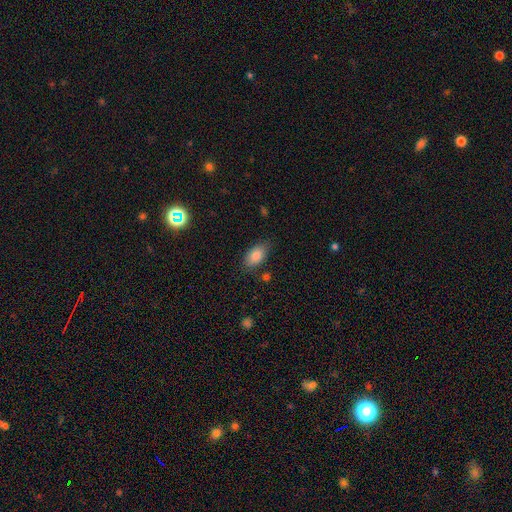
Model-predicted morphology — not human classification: Smooth or featured? Predicted: smooth (p=0.84). How rounded? Predicted: in between (p=0.91). Merging? Predicted: none (p=0.77).